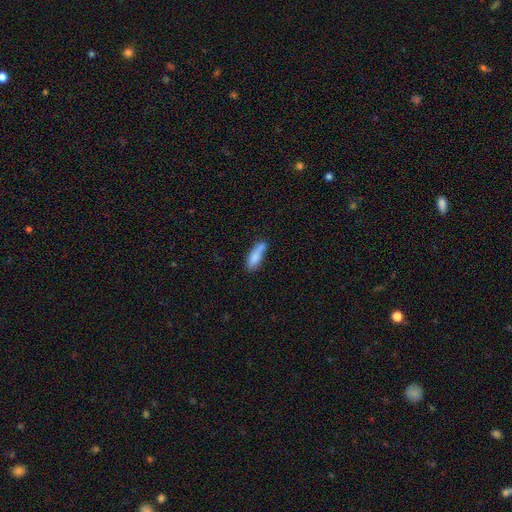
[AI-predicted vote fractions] smooth 81%, featured or disk 12%, star or artifact 7%. Down the decision tree: how rounded — in between (49%); merging — none (46%).